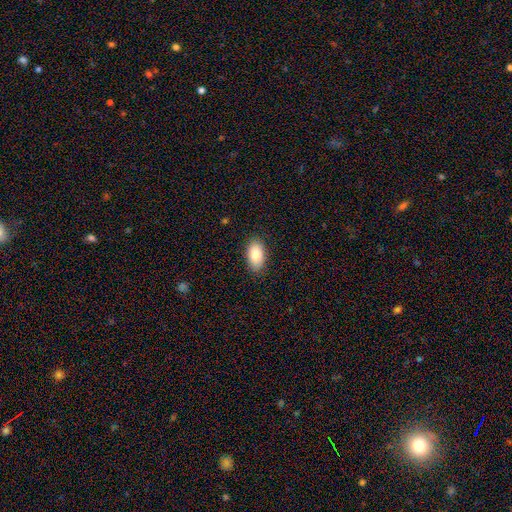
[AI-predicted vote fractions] smooth-or-featured: smooth: 88% | star or artifact: 6% | featured or disk: 6%
  how-rounded: in between: 94% | round: 3% | cigar-shaped: 2%
  merging: none: 86% | minor disturbance: 11% | major disturbance: 2% | merger: 1%